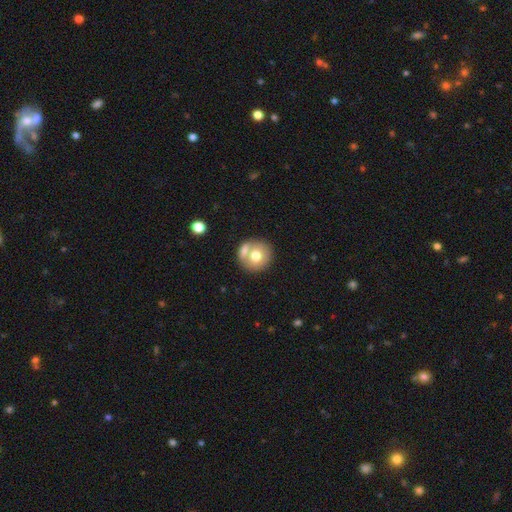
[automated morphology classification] This appears to be a smooth galaxy with no disk features (70%) that is round (88%). Merging: none (57%).